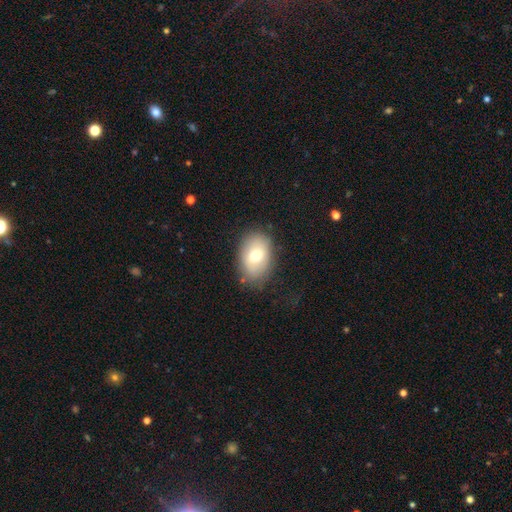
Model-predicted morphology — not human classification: Smooth or featured? smooth (71%)
How rounded? in between (84%)
Merging? none (80%)